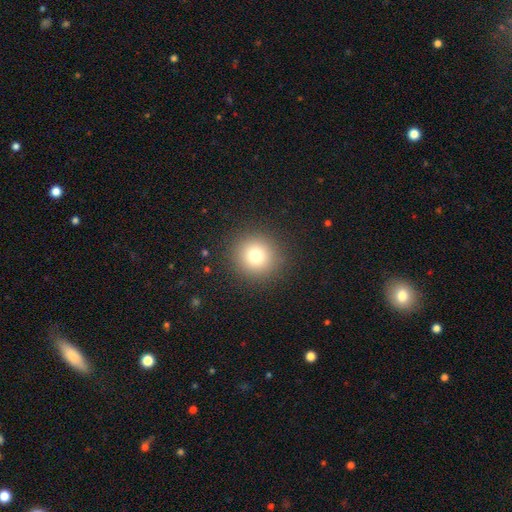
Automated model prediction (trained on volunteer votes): smooth-or-featured: smooth: 76% | star or artifact: 14% | featured or disk: 10%
  how-rounded: round: 94% | in between: 5% | cigar-shaped: 1%
  merging: none: 91% | minor disturbance: 6% | major disturbance: 3% | merger: 1%